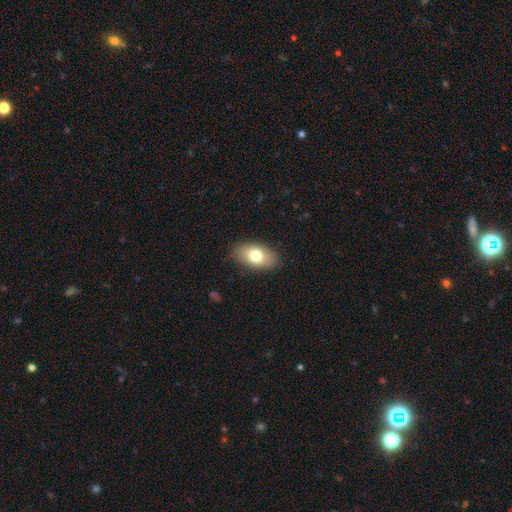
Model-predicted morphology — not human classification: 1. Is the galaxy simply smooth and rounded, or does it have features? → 75% smooth, 18% featured or disk, 8% star or artifact.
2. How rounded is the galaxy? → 91% in between, 7% round, 2% cigar-shaped.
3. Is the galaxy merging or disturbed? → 85% none, 11% minor disturbance, 3% major disturbance, 1% merger.